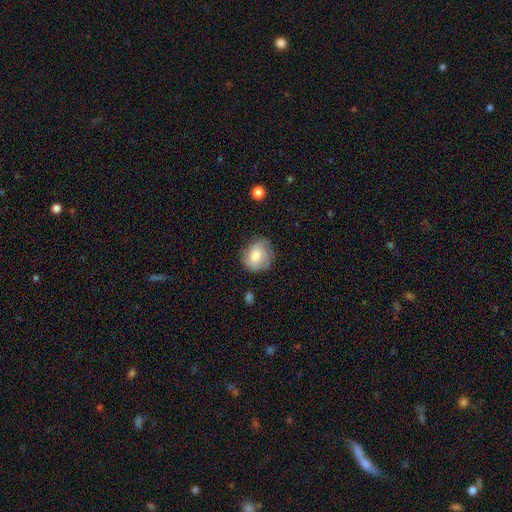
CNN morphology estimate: A smooth galaxy with no disk features (64%) that is round (70%). Merging: none (65%).